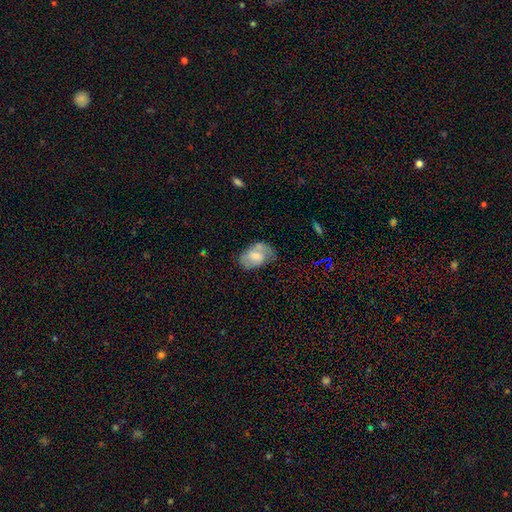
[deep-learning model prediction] Morphology: type=smooth (51%); roundness=in between (87%); merging=none (50%).